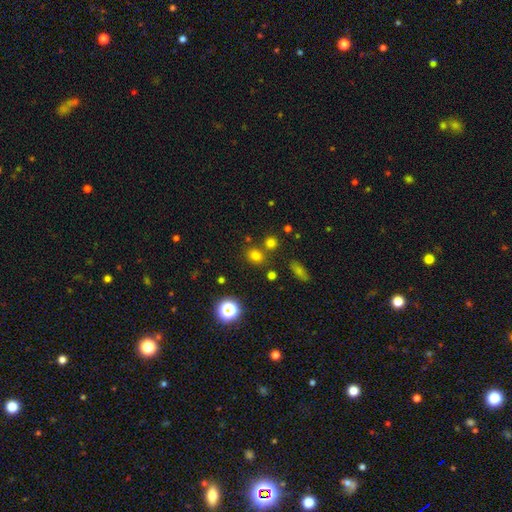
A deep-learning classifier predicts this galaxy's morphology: This is likely a smooth galaxy (71%). How rounded: likely round (65%). Merging: likely none (75%).